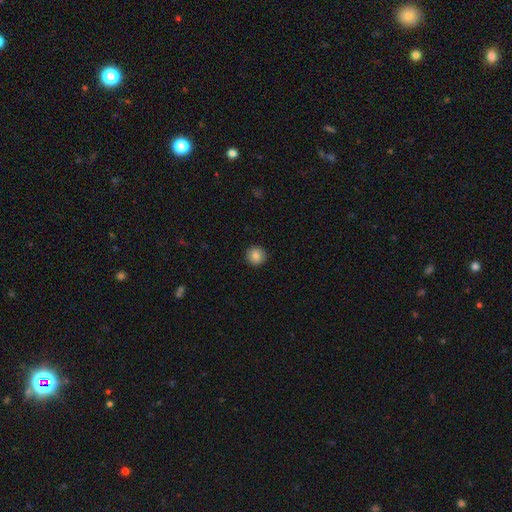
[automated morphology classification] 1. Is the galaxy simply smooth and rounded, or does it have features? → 84% smooth, 9% star or artifact, 7% featured or disk.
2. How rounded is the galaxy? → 95% round, 4% in between, 1% cigar-shaped.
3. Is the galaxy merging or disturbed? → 92% none, 5% minor disturbance, 2% major disturbance, 1% merger.